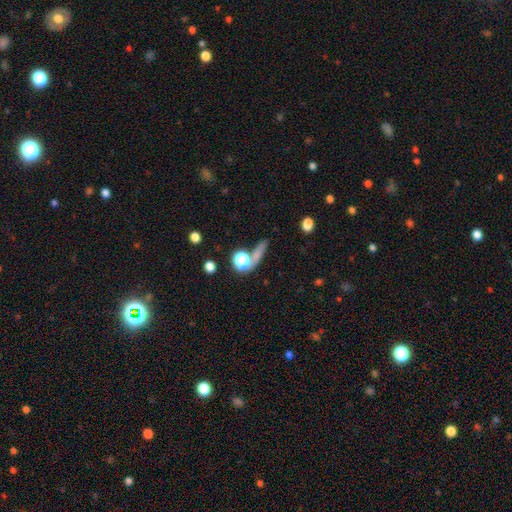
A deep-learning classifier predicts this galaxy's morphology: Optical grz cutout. It shows a smooth galaxy with no disk features (61%) that is round (44%). Merging: none (58%).